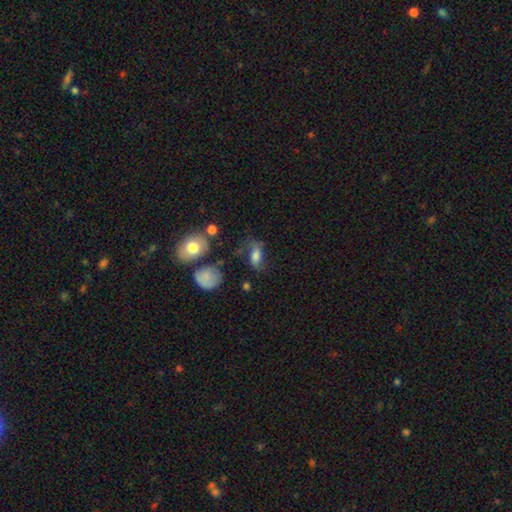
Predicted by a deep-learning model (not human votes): Q: Smooth or featured?
A: smooth (70%); runner-up: featured or disk (20%)
Q: How rounded?
A: in between (84%); runner-up: round (9%)
Q: Merging?
A: none (52%); runner-up: minor disturbance (26%)